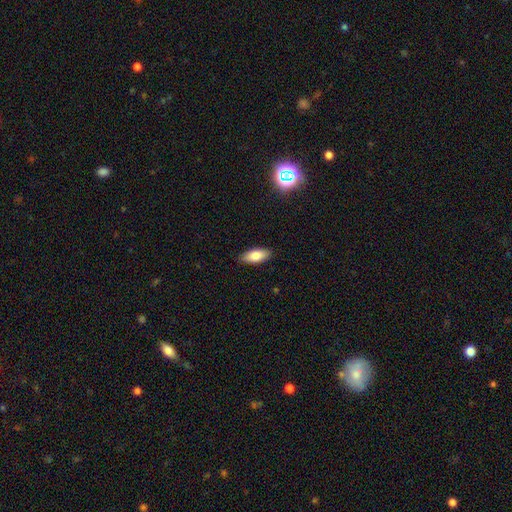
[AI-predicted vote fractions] Q: Smooth or featured?
A: smooth (81%); runner-up: featured or disk (11%)
Q: How rounded?
A: in between (84%); runner-up: cigar-shaped (13%)
Q: Merging?
A: none (88%); runner-up: minor disturbance (9%)